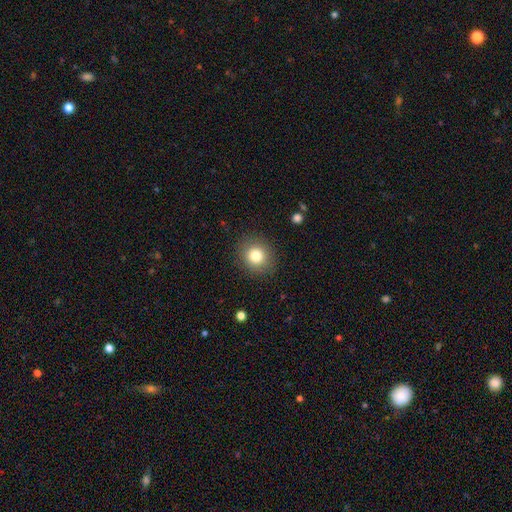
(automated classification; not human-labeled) smooth 81%, star or artifact 11%, featured or disk 9%. Down the decision tree: how rounded — round (81%); merging — none (88%).